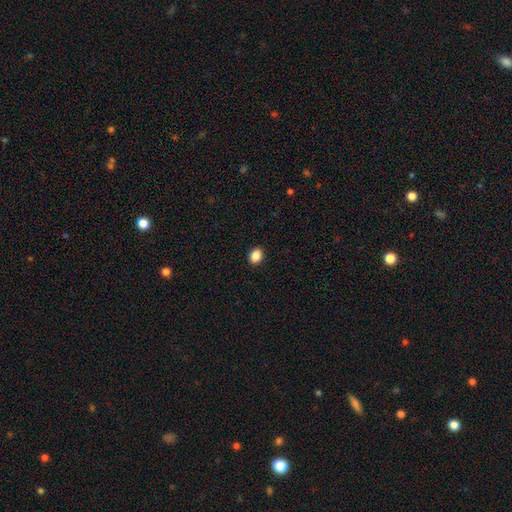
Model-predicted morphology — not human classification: A smooth galaxy with no disk features (88%) that is round (52%). Merging: none (92%).